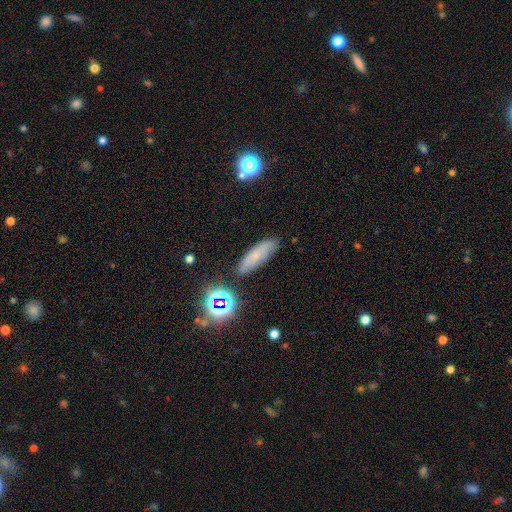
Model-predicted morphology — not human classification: The model was most divided on "how rounded": cigar-shaped: 50%, in between: 45%, round: 5%. More confident: merging — none (81%); smooth or featured — smooth (63%).